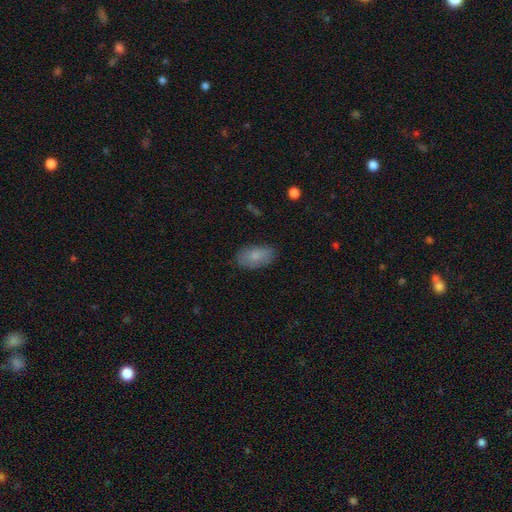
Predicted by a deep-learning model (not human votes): Smooth or featured?
  - smooth: 81% *
  - featured or disk: 12%
  - star or artifact: 7%
How rounded?
  - in between: 93% *
  - round: 5%
  - cigar-shaped: 2%
Merging?
  - none: 81% *
  - minor disturbance: 15%
  - major disturbance: 3%
  - merger: 1%